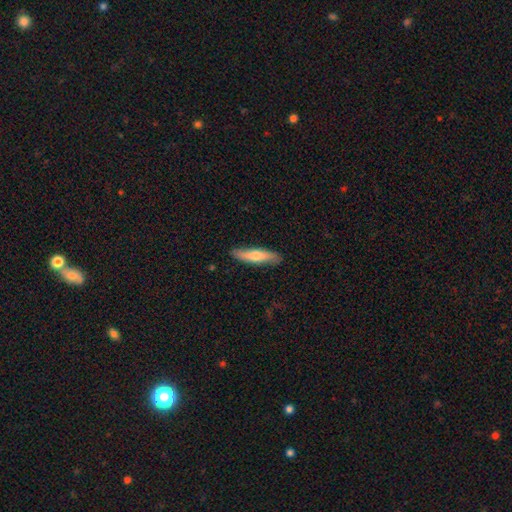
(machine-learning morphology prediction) Smooth or featured?
  - smooth: 63% *
  - featured or disk: 32%
  - star or artifact: 5%
How rounded?
  - cigar-shaped: 82% *
  - in between: 16%
  - round: 2%
Merging?
  - none: 86% *
  - minor disturbance: 11%
  - major disturbance: 2%
  - merger: 1%